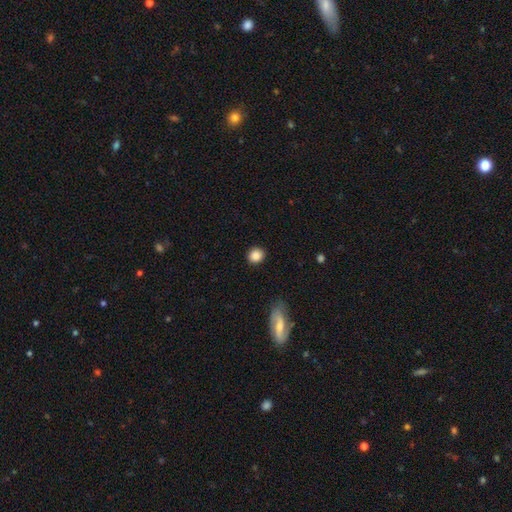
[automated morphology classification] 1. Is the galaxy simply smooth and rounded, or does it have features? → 87% smooth, 9% star or artifact, 3% featured or disk.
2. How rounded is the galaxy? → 87% round, 11% in between, 1% cigar-shaped.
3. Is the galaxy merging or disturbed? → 90% none, 6% minor disturbance, 2% major disturbance, 1% merger.